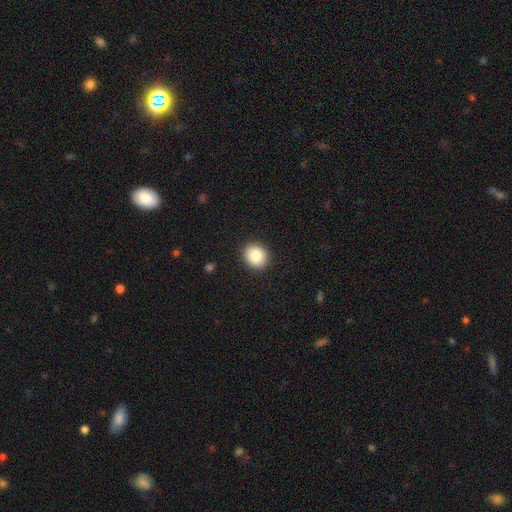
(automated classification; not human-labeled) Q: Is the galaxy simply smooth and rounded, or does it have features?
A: smooth — 84%.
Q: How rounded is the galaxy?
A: round — 73%.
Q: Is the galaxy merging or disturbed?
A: none — 91%.